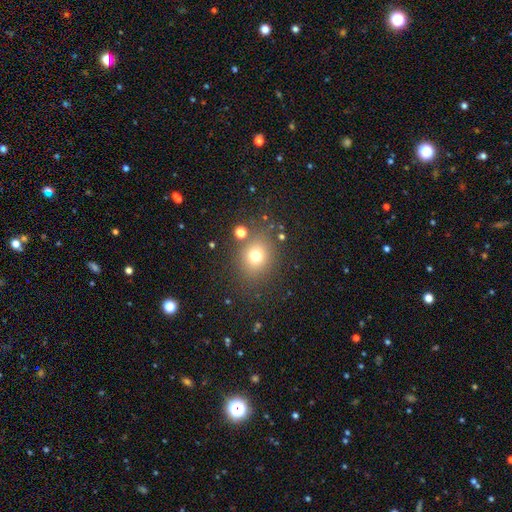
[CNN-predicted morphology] Smooth or featured? smooth (72%)
How rounded? round (67%)
Merging? none (80%)